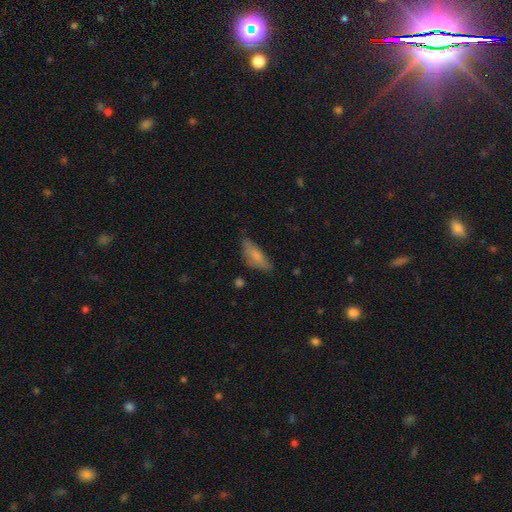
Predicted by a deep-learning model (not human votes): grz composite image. It shows a smooth galaxy with no disk features (77%) that is in between round and cigar-shaped (65%). Merging: none (62%).